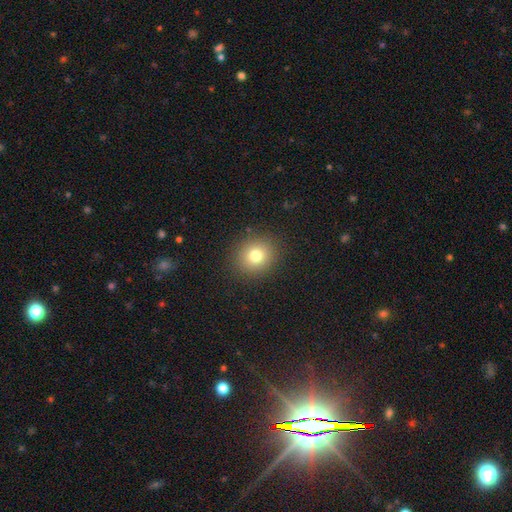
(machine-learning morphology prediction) Overall: smooth (78%). How rounded: round (83%). Merging: none (89%).